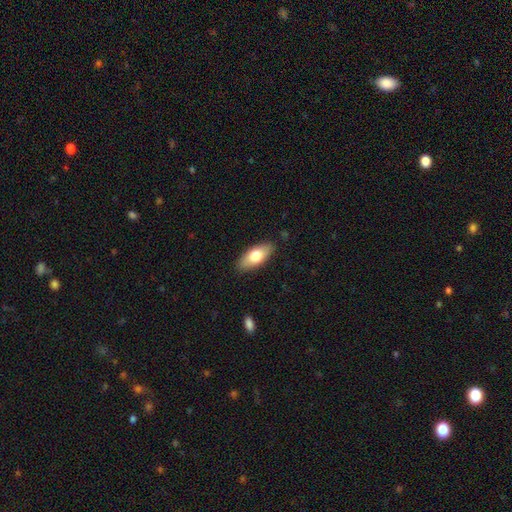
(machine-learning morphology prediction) Q: Smooth or featured?
A: smooth (73%); runner-up: featured or disk (21%)
Q: How rounded?
A: in between (83%); runner-up: cigar-shaped (14%)
Q: Merging?
A: none (86%); runner-up: minor disturbance (10%)